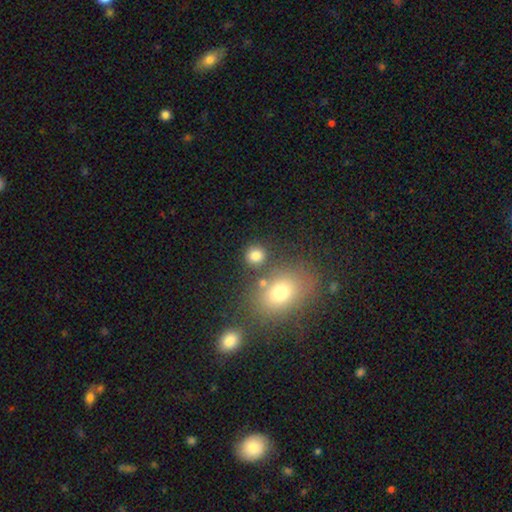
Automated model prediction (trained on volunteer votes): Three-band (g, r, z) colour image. It shows a smooth galaxy with no disk features (80%) that is round (82%). Merging: none (76%).